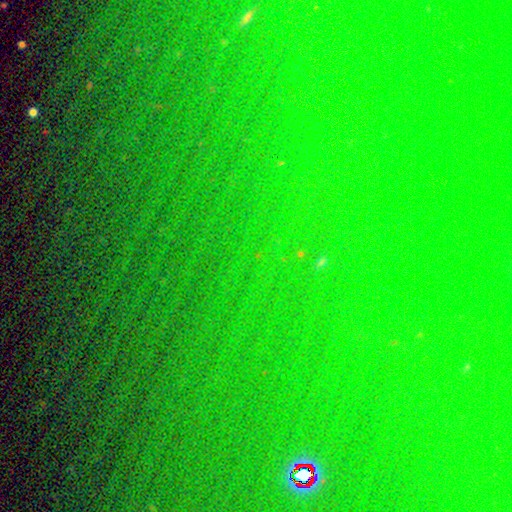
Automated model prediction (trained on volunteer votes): This appears to be a star or artifact, not a galaxy (81%).